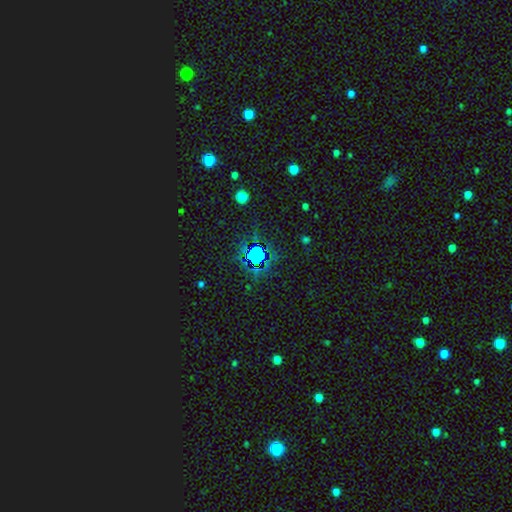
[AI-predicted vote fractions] Morphology: type=star or artifact (65%).